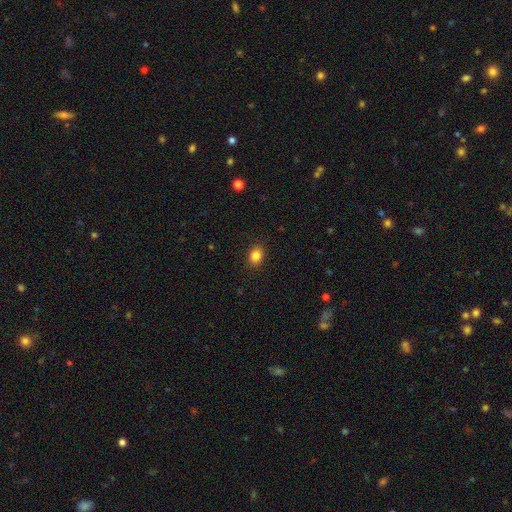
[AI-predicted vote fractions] smooth 85%, star or artifact 10%, featured or disk 4%. Down the decision tree: how rounded — in between (51%); merging — none (89%).